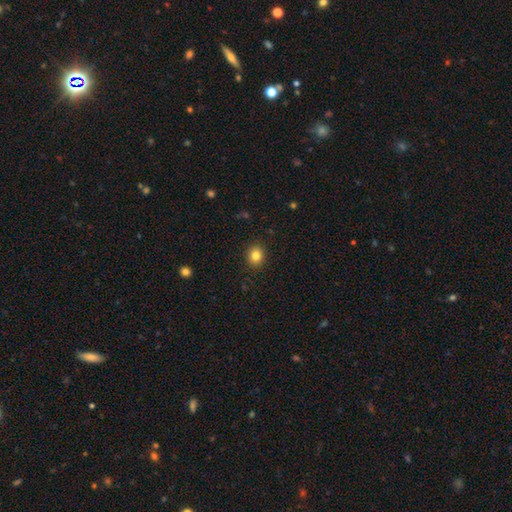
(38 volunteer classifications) Smooth or featured? smooth (89%)
How rounded? round (68%)
Merging? none (92%)